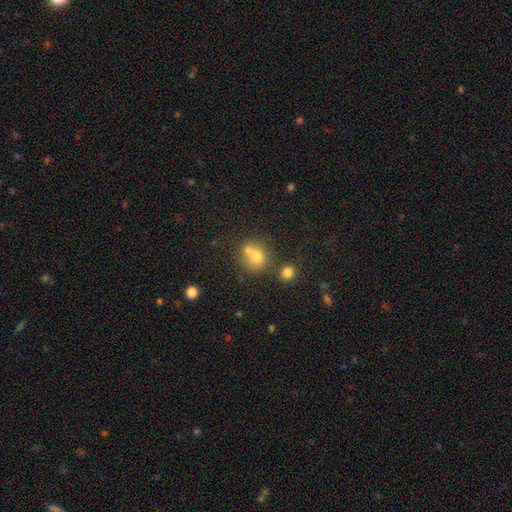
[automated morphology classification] Smooth or featured? Predicted: smooth (p=0.69). How rounded? Predicted: round (p=0.74). Merging? Predicted: merger (p=0.44).